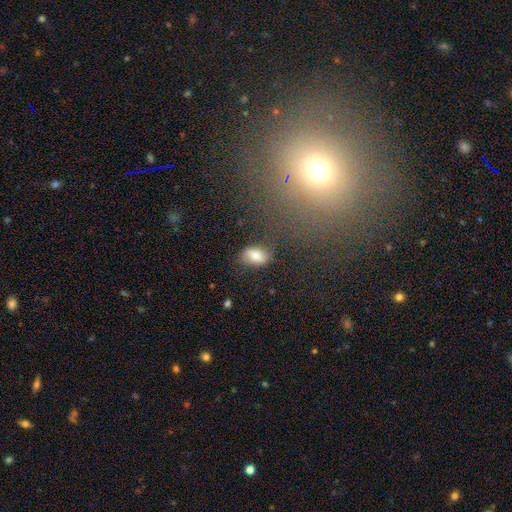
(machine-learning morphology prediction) Smooth or featured?
  - smooth: 71% *
  - featured or disk: 20%
  - star or artifact: 10%
How rounded?
  - in between: 86% *
  - round: 12%
  - cigar-shaped: 2%
Merging?
  - none: 68% *
  - minor disturbance: 21%
  - major disturbance: 8%
  - merger: 4%